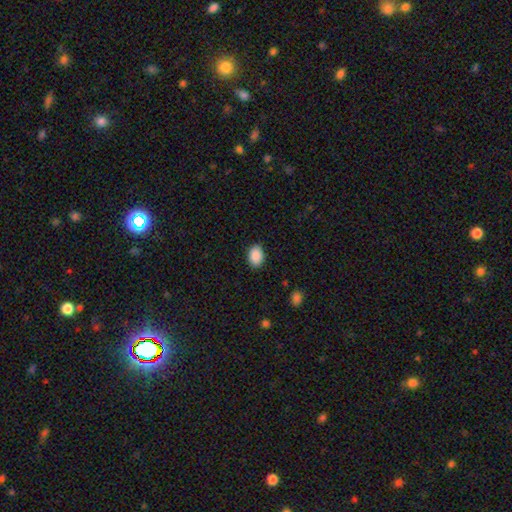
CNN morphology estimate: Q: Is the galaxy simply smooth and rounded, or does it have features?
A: smooth — 89%.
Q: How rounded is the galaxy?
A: in between — 81%.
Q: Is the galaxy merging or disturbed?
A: none — 88%.